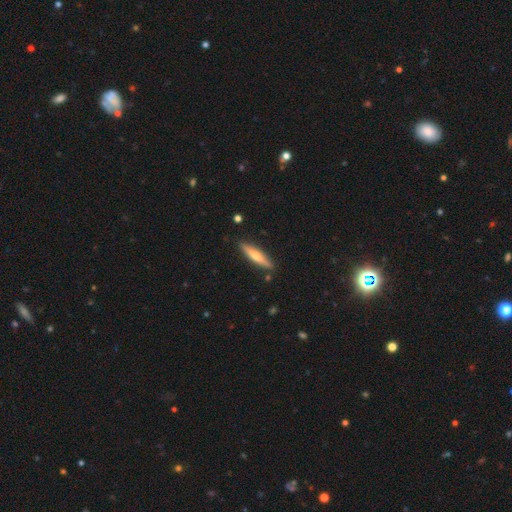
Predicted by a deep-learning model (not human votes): Smooth or featured? Predicted: smooth (p=0.49). Merging? Predicted: none (p=0.88).